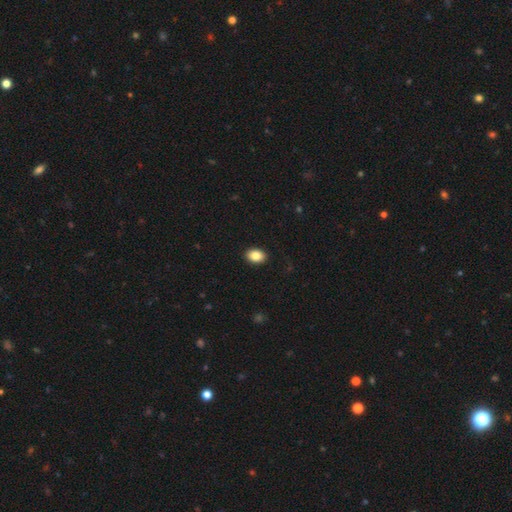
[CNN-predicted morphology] A smooth galaxy with no disk features (86%) that is in between round and cigar-shaped (79%). Merging: none (91%).